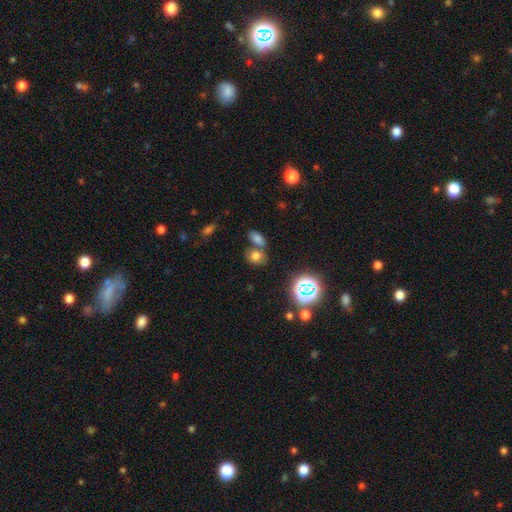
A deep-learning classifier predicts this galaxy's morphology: smooth_or_featured: smooth (p=0.71) [alt: star or artifact p=0.20]
how_rounded: in between (p=0.52) [alt: round p=0.46]
merging: none (p=0.55) [alt: merger p=0.30]